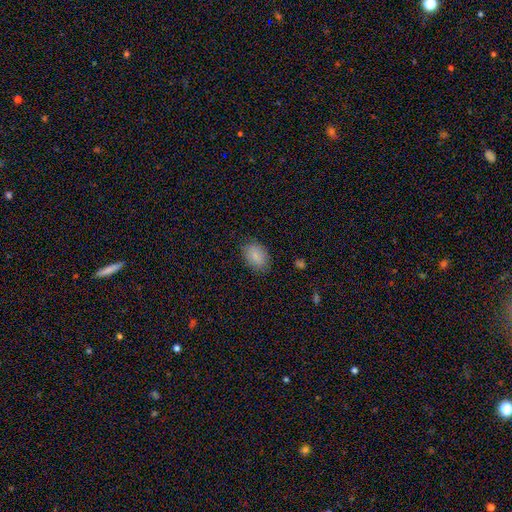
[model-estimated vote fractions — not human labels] smooth 85%, star or artifact 7%, featured or disk 7%. Down the decision tree: how rounded — in between (86%); merging — none (83%).